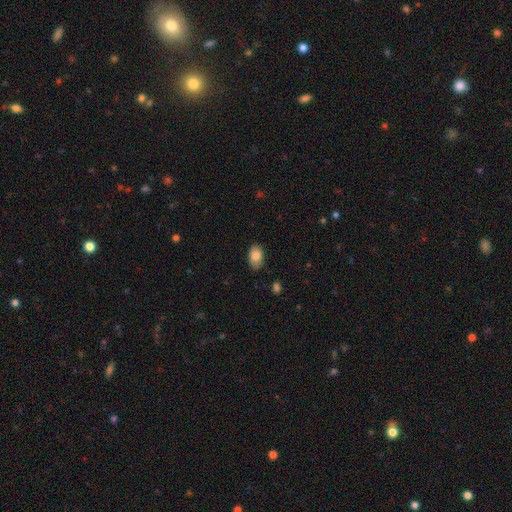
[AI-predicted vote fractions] Smooth or featured?
  - smooth: 84% *
  - featured or disk: 9%
  - star or artifact: 7%
How rounded?
  - in between: 90% *
  - round: 9%
  - cigar-shaped: 1%
Merging?
  - none: 83% *
  - minor disturbance: 13%
  - major disturbance: 2%
  - merger: 1%